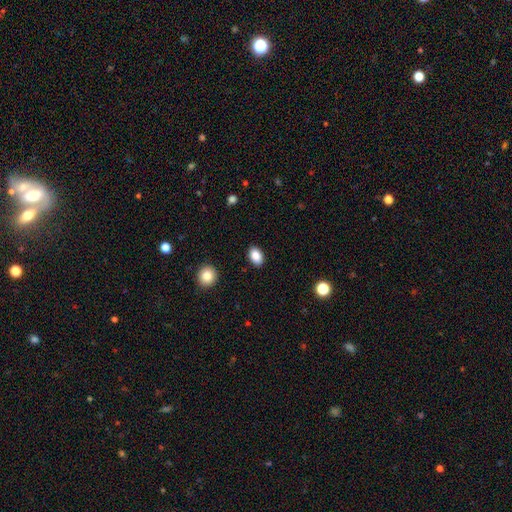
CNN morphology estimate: This is clearly a smooth galaxy (86%). How rounded: clearly in between (85%). Merging: clearly none (88%).